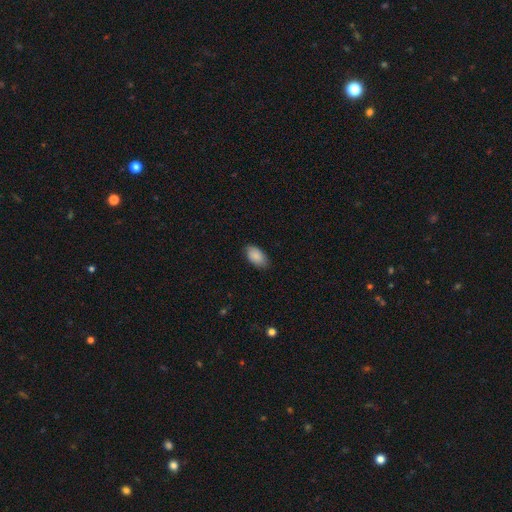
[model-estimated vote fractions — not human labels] Overall: smooth (89%). How rounded: in between (95%). Merging: none (84%).